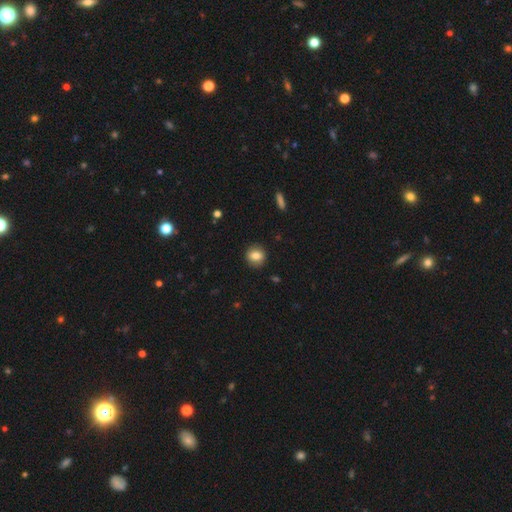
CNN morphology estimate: This is clearly a smooth galaxy (81%). How rounded: likely round (77%). Merging: clearly none (89%).